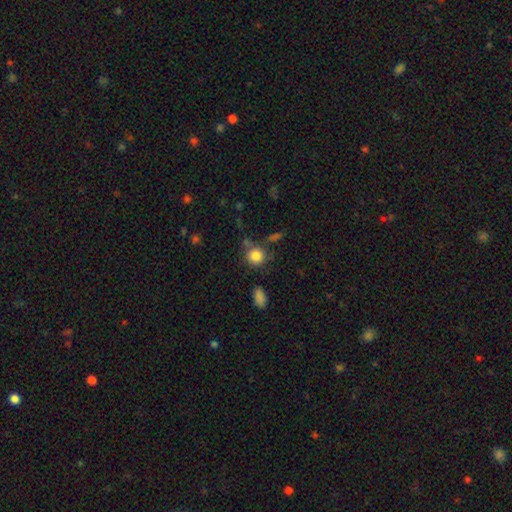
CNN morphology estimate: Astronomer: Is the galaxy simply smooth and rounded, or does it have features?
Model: smooth — 84%.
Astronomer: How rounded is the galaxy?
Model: round — 87%.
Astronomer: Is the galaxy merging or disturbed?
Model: none — 71%.